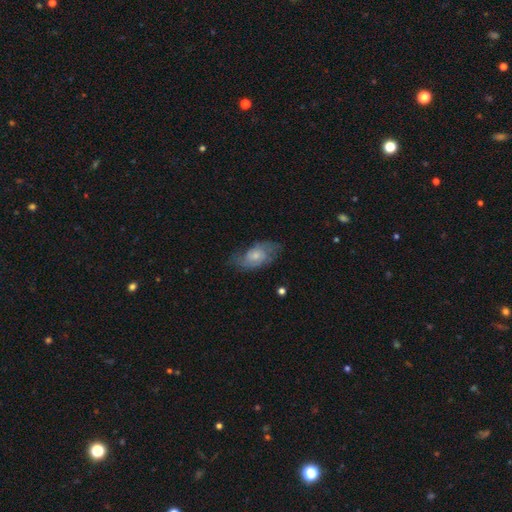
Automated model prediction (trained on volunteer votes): featured or disk 53%, smooth 40%, star or artifact 7%. Down the decision tree: edge-on disk — no (93%); merging — none (60%).